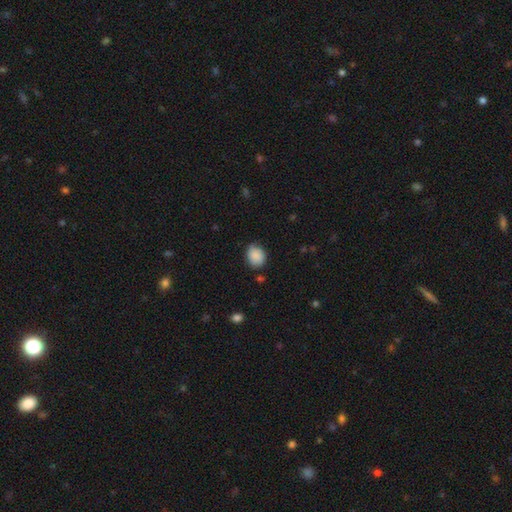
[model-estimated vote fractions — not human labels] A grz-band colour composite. It shows a smooth galaxy with no disk features (85%) that is round (57%). Merging: none (70%).